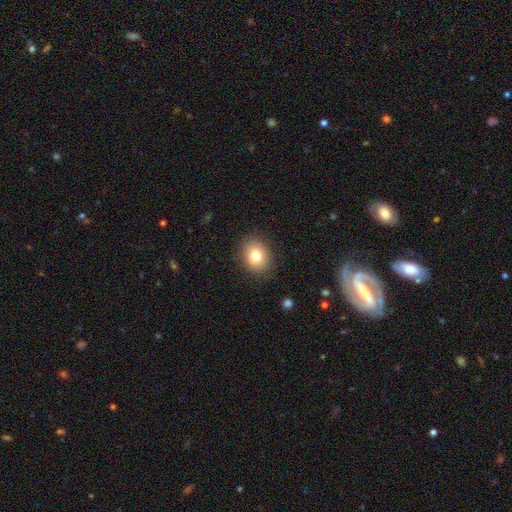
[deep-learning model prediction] A smooth galaxy with no disk features (79%) that is round (55%). Merging: none (86%).